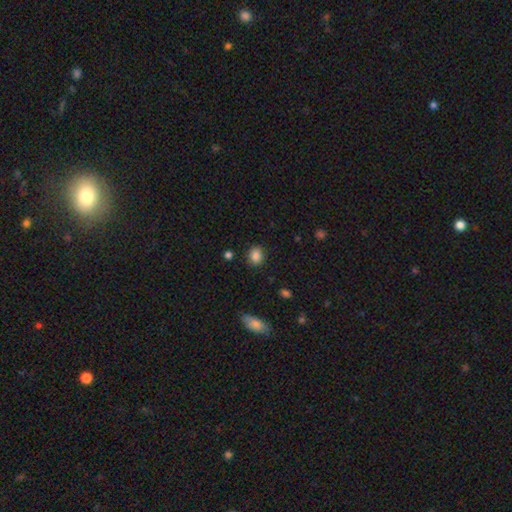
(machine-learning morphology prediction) type=smooth (86%); roundness=round (63%); merging=none (88%).